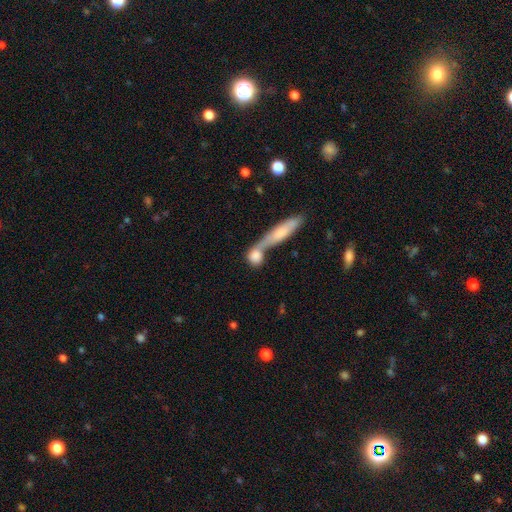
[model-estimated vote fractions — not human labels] smooth_or_featured: smooth (p=0.78) [alt: featured or disk p=0.15]
how_rounded: round (p=0.58) [alt: in between p=0.25]
merging: merger (p=0.46) [alt: none p=0.38]